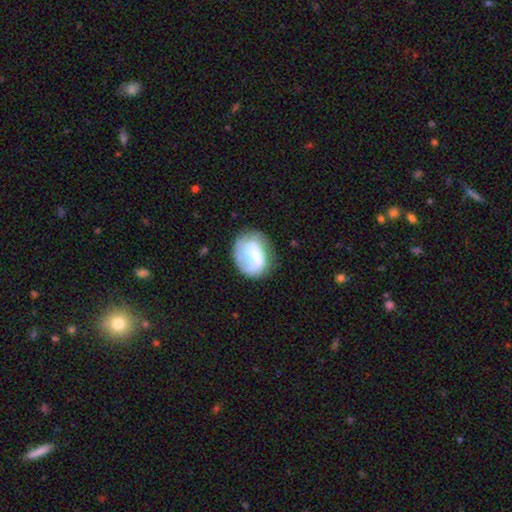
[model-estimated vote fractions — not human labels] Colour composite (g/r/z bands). It shows a featured or disk galaxy (68%) with no bar (60%), 2 (45%) tight (39%) spiral arms (84%) and a moderate central bulge (47%). Merging: none (65%).